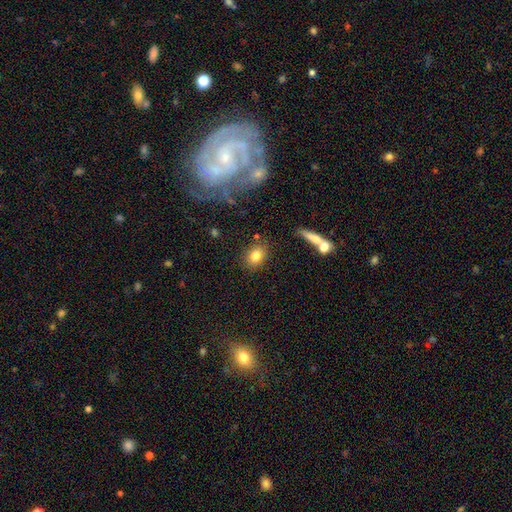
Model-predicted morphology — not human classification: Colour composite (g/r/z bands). It shows a smooth galaxy with no disk features (81%) that is in between round and cigar-shaped (58%). Merging: none (82%).